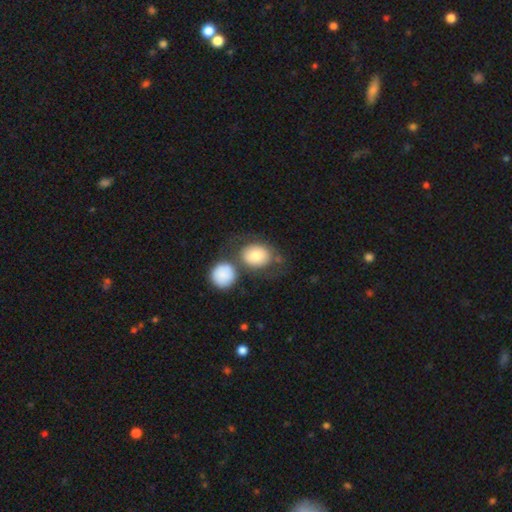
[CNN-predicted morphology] The model was most divided on "how rounded": in between: 53%, round: 46%, cigar-shaped: 1%. Remaining: smooth or featured — smooth (76%); merging — none (47%).